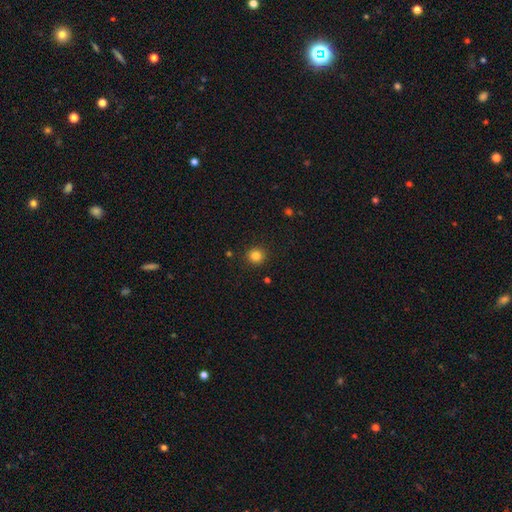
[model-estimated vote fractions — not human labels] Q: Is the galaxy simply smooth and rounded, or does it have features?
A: smooth — 83%.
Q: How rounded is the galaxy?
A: round — 93%.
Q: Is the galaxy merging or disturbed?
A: none — 91%.